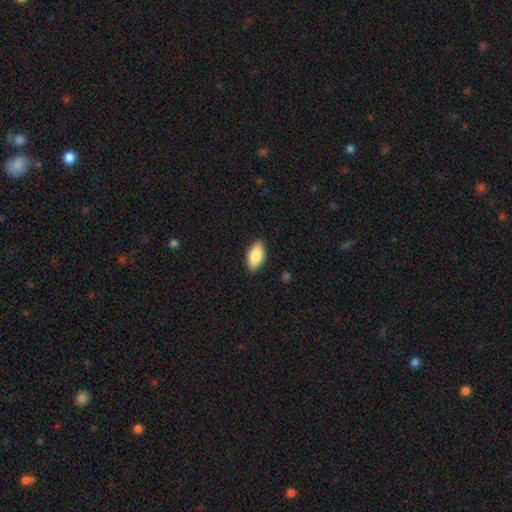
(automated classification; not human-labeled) Overall: smooth (81%). How rounded: in between (90%). Merging: none (88%).